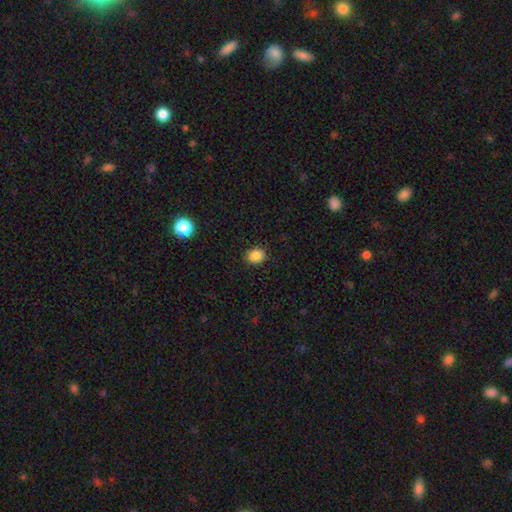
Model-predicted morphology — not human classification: This is clearly a smooth galaxy (87%). How rounded: likely round (63%). Merging: clearly none (89%).